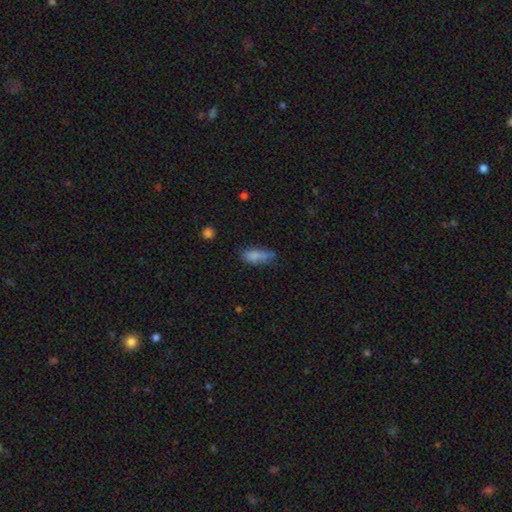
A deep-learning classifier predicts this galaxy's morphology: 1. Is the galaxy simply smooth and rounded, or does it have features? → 79% smooth, 11% featured or disk, 10% star or artifact.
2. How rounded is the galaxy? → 74% in between, 23% cigar-shaped, 3% round.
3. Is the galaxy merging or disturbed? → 48% none, 32% minor disturbance, 14% major disturbance, 6% merger.